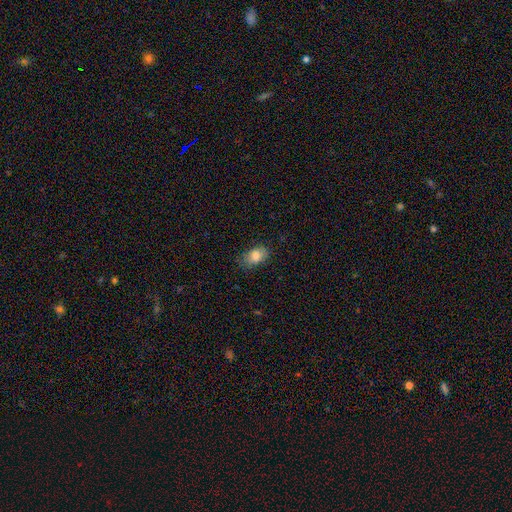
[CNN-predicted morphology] type=smooth (82%); roundness=in between (86%); merging=none (66%).